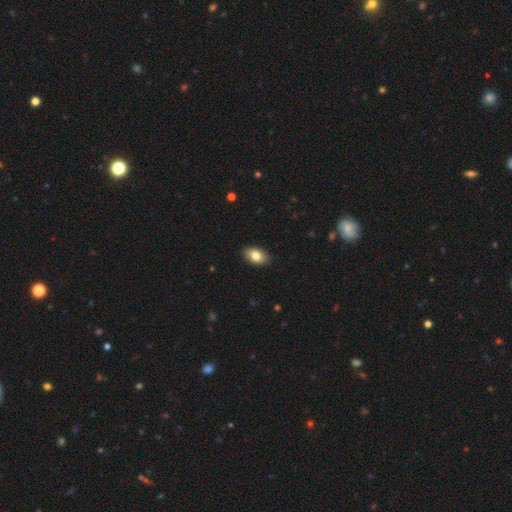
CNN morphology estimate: This is clearly a smooth galaxy (82%). How rounded: clearly in between (91%). Merging: clearly none (88%).